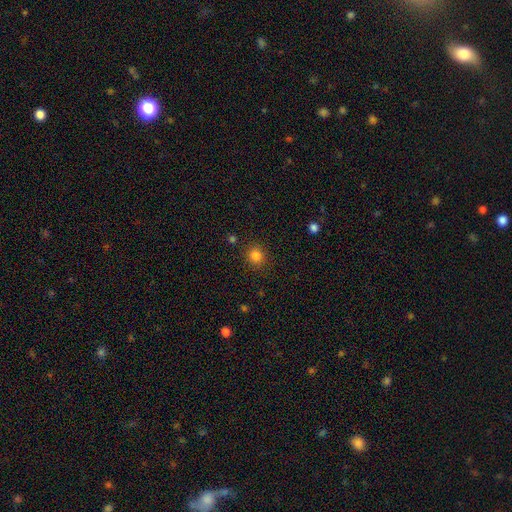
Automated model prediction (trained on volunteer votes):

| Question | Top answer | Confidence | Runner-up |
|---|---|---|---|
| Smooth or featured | smooth | 84% | star or artifact (12%) |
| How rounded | round | 86% | in between (13%) |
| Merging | none | 87% | minor disturbance (8%) |